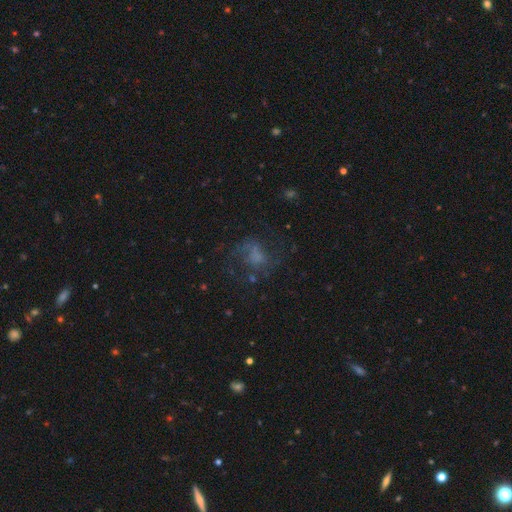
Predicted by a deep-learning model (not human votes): Smooth or featured?
  - featured or disk: 49% *
  - smooth: 31%
  - star or artifact: 21%
Merging?
  - none: 50% *
  - major disturbance: 29%
  - minor disturbance: 18%
  - merger: 3%